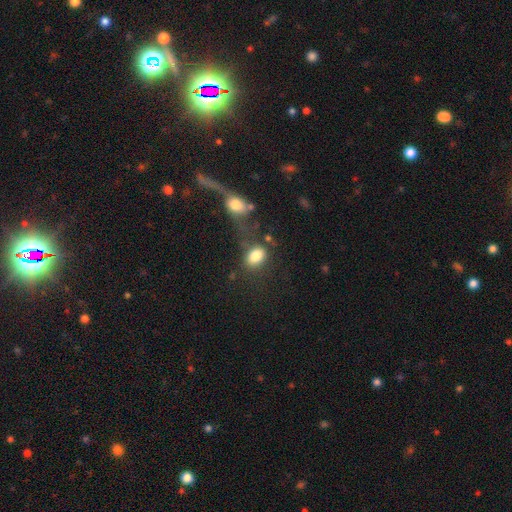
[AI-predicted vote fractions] Smooth or featured: smooth — 82% (star or artifact — 9%)
How rounded: in between — 74% (round — 24%)
Merging: none — 55% (merger — 18%)